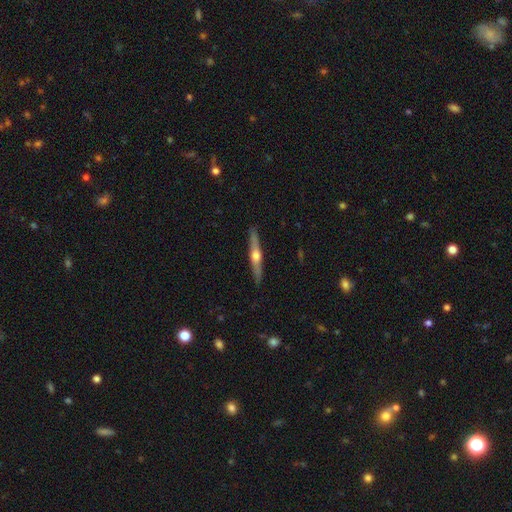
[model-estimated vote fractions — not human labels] This is likely a featured or disk galaxy (71%). It is clearly viewed edge-on (97%). Edge-on bulge: clearly rounded (93%). Merging: clearly none (90%).